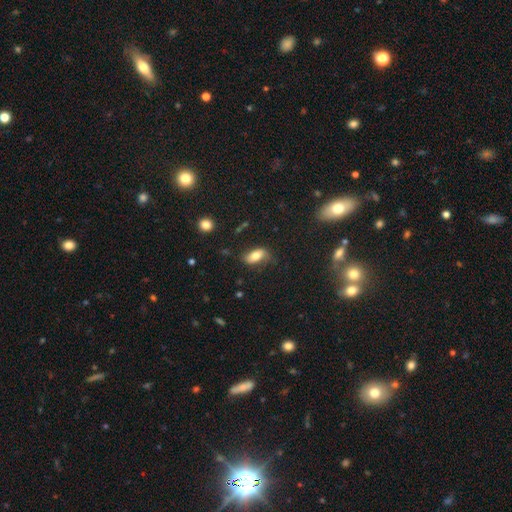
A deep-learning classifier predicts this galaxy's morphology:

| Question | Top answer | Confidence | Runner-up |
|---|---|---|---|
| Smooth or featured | smooth | 74% | featured or disk (17%) |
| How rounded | in between | 88% | cigar-shaped (8%) |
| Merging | none | 64% | minor disturbance (24%) |